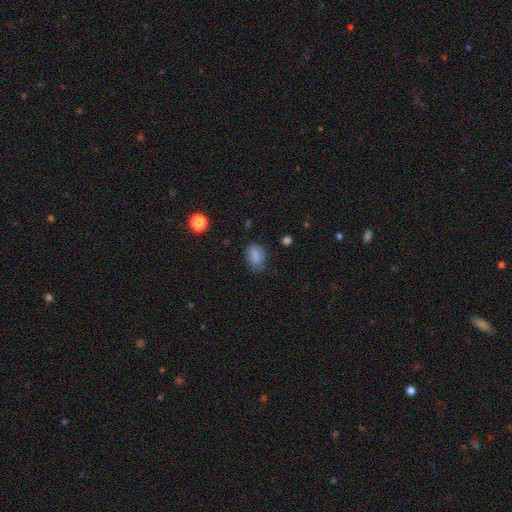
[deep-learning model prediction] A smooth galaxy with no disk features (83%) that is in between round and cigar-shaped (76%).

Vote fractions:
- Smooth or featured? smooth: 83% / star or artifact: 10% / featured or disk: 6%
- How rounded? in between: 76% / round: 22% / cigar-shaped: 2%
- Merging? none: 67% / minor disturbance: 25% / major disturbance: 6% / merger: 2%